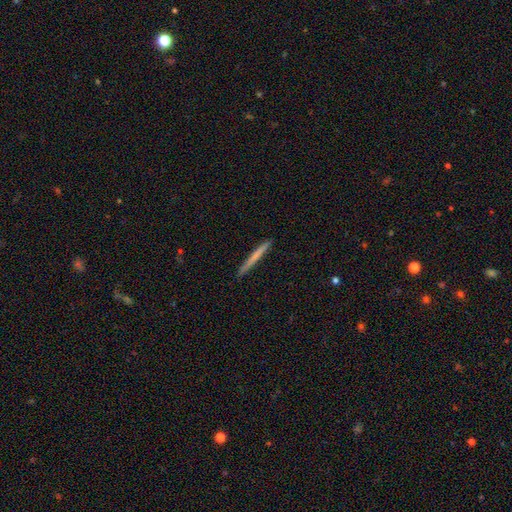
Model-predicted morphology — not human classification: A smooth galaxy with no disk features (62%) that is cigar-shaped (97%).

Vote fractions:
- Smooth or featured? smooth: 62% / featured or disk: 33% / star or artifact: 5%
- How rounded? cigar-shaped: 97% / in between: 2% / round: 1%
- Merging? none: 91% / minor disturbance: 6% / major disturbance: 1% / merger: 1%